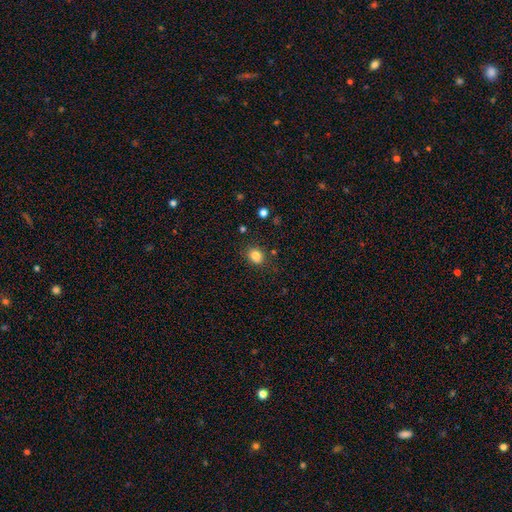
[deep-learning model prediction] A smooth galaxy with no disk features (83%) that is round (54%).

Vote fractions:
- Smooth or featured? smooth: 83% / star or artifact: 11% / featured or disk: 6%
- How rounded? round: 54% / in between: 45% / cigar-shaped: 1%
- Merging? none: 83% / minor disturbance: 12% / major disturbance: 3% / merger: 2%